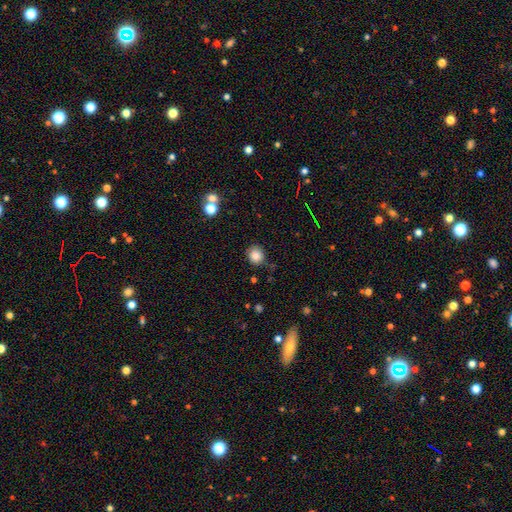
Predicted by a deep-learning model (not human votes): Smooth or featured?
  - smooth: 84% *
  - star or artifact: 11%
  - featured or disk: 5%
How rounded?
  - round: 84% *
  - in between: 15%
  - cigar-shaped: 1%
Merging?
  - none: 79% *
  - minor disturbance: 14%
  - major disturbance: 3%
  - merger: 3%